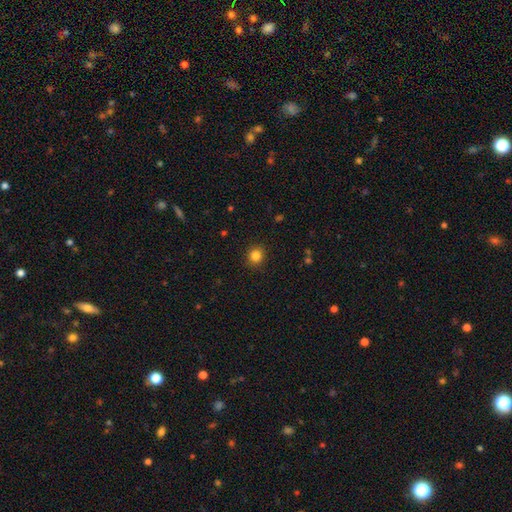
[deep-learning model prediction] smooth 84%, star or artifact 12%, featured or disk 5%. Down the decision tree: how rounded — round (88%); merging — none (90%).